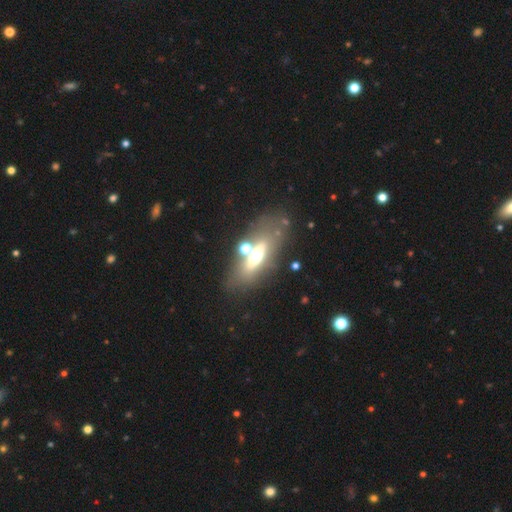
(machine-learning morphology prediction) Overall: smooth (44%; featured or disk 42%). Merging: none (62%).